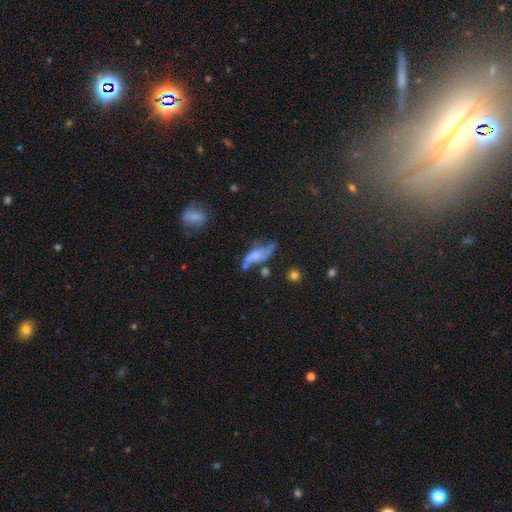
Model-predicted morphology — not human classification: smooth_or_featured: featured or disk (p=0.58) [alt: smooth p=0.31]
disk_edge_on: no (p=0.75) [alt: yes p=0.25]
merging: none (p=0.34) [alt: major disturbance p=0.26]